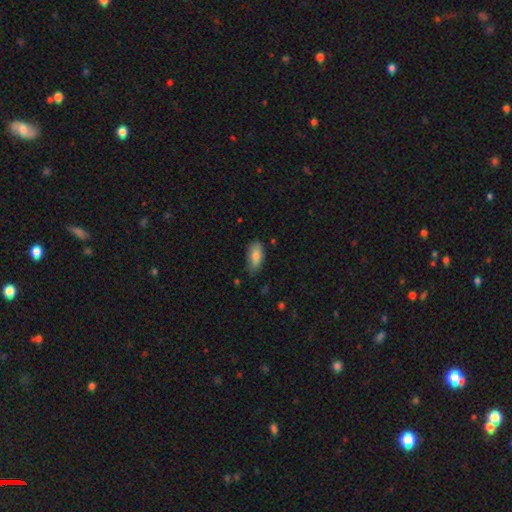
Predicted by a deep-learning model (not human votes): This appears to be a smooth galaxy with no disk features (83%) that is in between round and cigar-shaped (89%). Merging: none (70%).